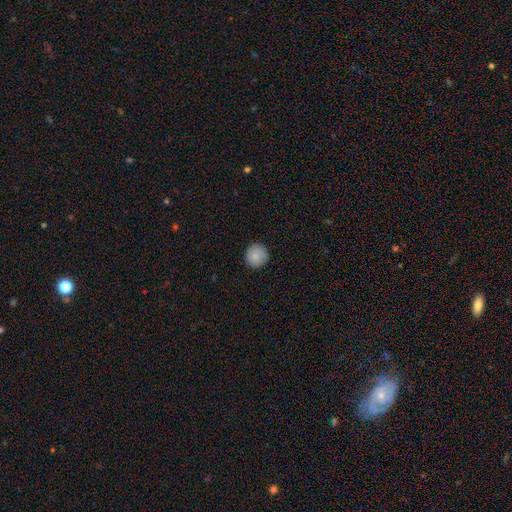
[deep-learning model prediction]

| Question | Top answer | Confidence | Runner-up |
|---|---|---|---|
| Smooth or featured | smooth | 86% | star or artifact (8%) |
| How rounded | round | 95% | in between (4%) |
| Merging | none | 90% | minor disturbance (7%) |